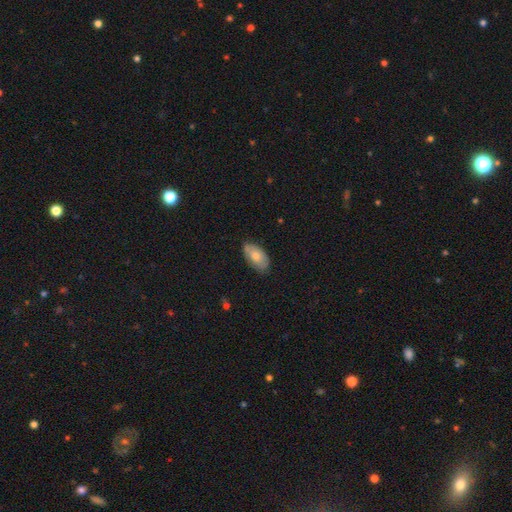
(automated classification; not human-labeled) A smooth galaxy with no disk features (66%) that is in between round and cigar-shaped (93%).

Vote fractions:
- Smooth or featured? smooth: 66% / featured or disk: 28% / star or artifact: 7%
- How rounded? in between: 93% / round: 3% / cigar-shaped: 3%
- Merging? none: 79% / minor disturbance: 17% / major disturbance: 3% / merger: 1%